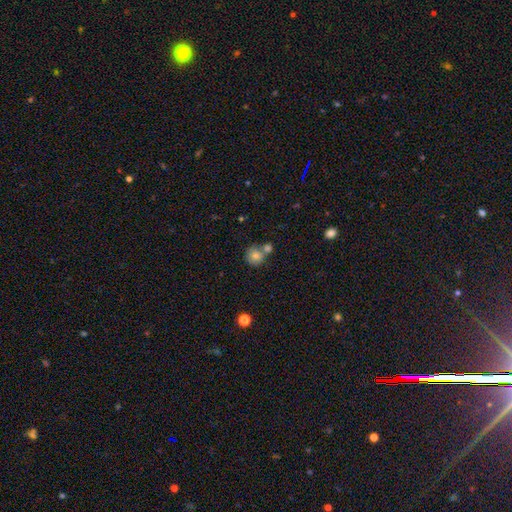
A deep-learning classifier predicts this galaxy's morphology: The model was most divided on "merging": none: 55%, merger: 32%, minor disturbance: 10%, major disturbance: 3%. More confident: how rounded — round (89%); smooth or featured — smooth (78%).